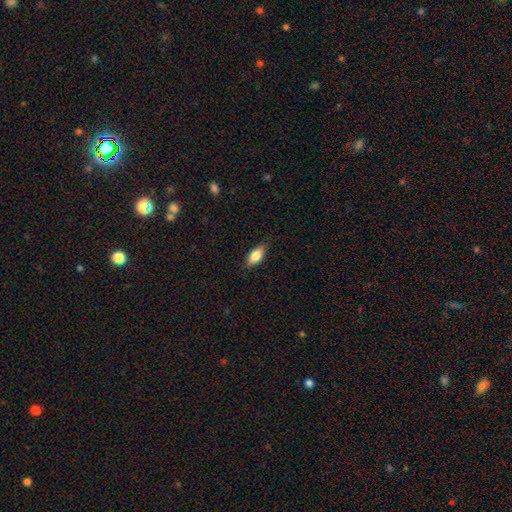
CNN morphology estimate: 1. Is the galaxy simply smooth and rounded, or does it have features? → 81% smooth, 13% featured or disk, 7% star or artifact.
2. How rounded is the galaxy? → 86% in between, 11% cigar-shaped, 3% round.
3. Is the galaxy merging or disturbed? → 82% none, 14% minor disturbance, 3% major disturbance, 1% merger.